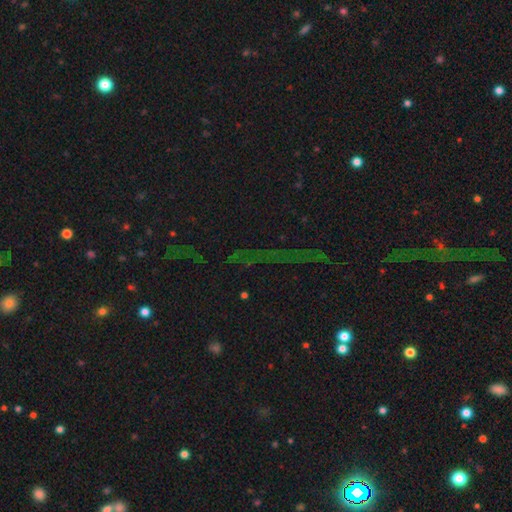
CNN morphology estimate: The model was most divided on "smooth or featured": star or artifact: 74%, smooth: 15%, featured or disk: 11%.